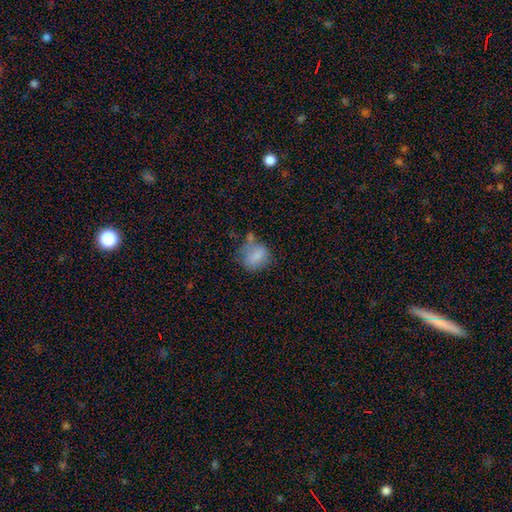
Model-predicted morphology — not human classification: Overall: smooth (75%). How rounded: round (51%; in between 47%). Merging: none (46%; minor disturbance 27%).